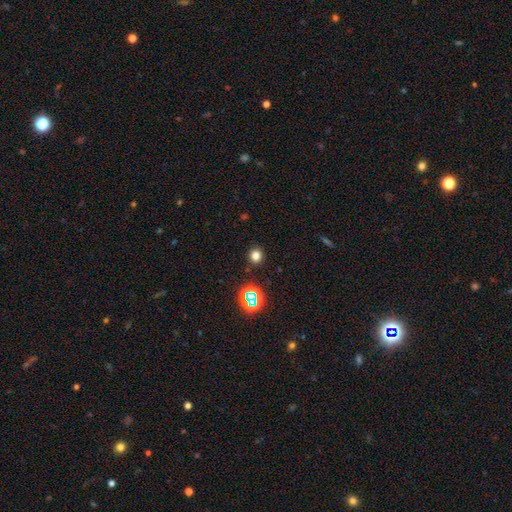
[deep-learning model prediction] Overall: smooth (74%). How rounded: round (89%). Merging: none (90%).